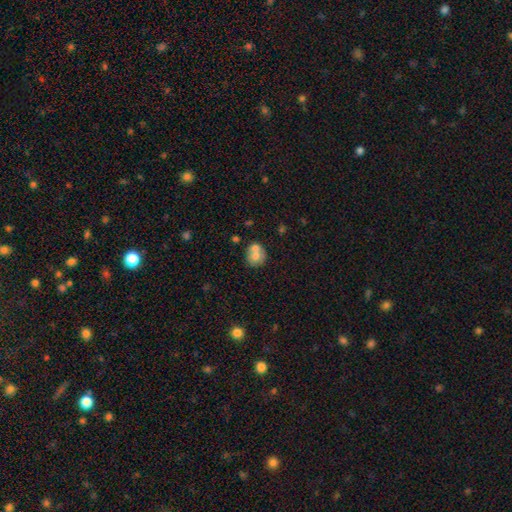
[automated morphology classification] smooth-or-featured: smooth: 65% | featured or disk: 26% | star or artifact: 9%
  how-rounded: round: 71% | in between: 28% | cigar-shaped: 1%
  merging: merger: 46% | none: 38% | minor disturbance: 12% | major disturbance: 4%